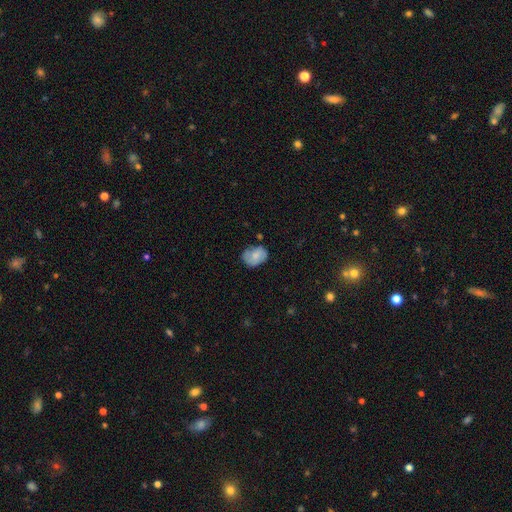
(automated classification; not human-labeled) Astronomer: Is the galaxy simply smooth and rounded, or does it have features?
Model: smooth — 67%.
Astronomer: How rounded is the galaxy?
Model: in between — 72%.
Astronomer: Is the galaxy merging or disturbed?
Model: none — 62%.